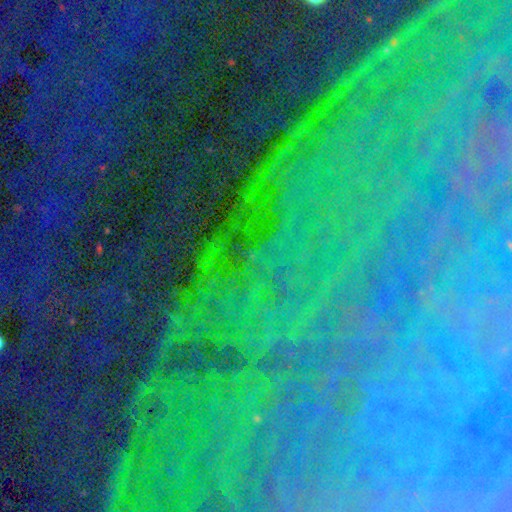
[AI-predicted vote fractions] Q: Smooth or featured?
A: star or artifact (79%); runner-up: featured or disk (12%)